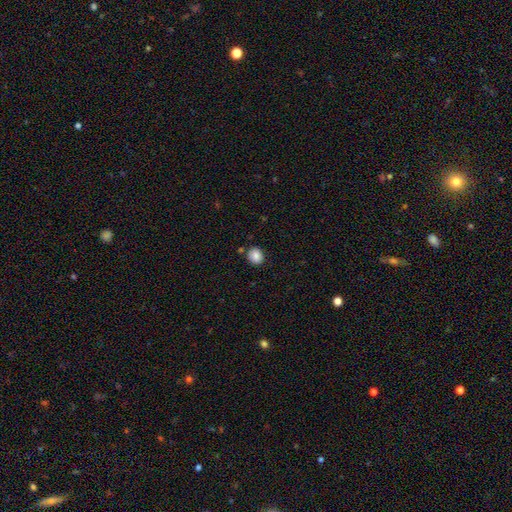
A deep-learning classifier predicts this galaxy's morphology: This appears to be a smooth galaxy with no disk features (85%) that is round (75%). Merging: none (82%).